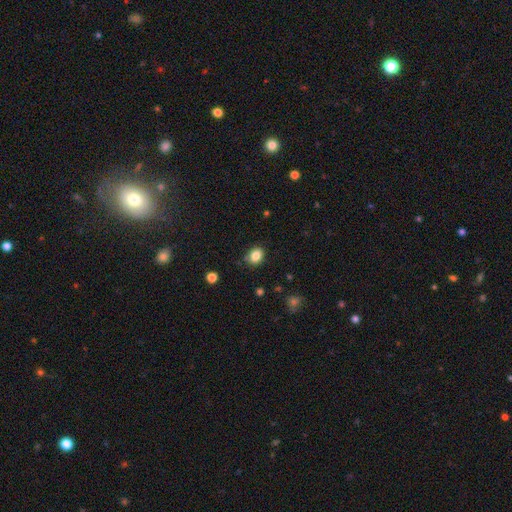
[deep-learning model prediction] Overall: smooth (85%). How rounded: in between (56%; round 43%). Merging: none (80%).